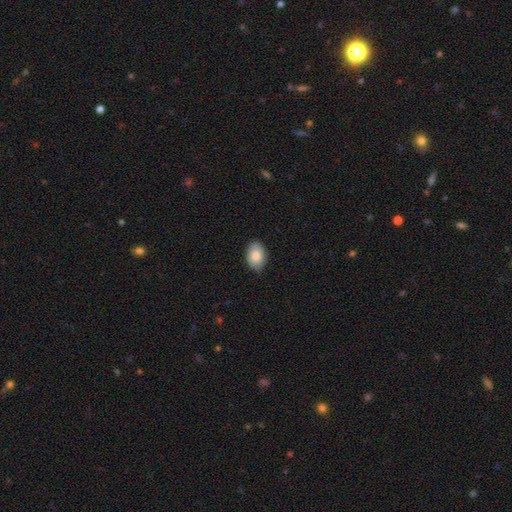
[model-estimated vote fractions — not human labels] This is clearly a smooth galaxy (83%). How rounded: clearly in between (82%). Merging: clearly none (84%).